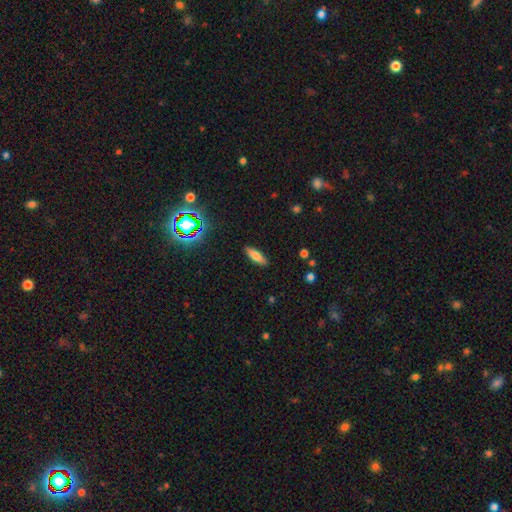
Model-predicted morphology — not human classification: Smooth or featured?
  - smooth: 75% *
  - featured or disk: 15%
  - star or artifact: 10%
How rounded?
  - in between: 58% *
  - cigar-shaped: 39%
  - round: 3%
Merging?
  - none: 88% *
  - minor disturbance: 9%
  - major disturbance: 2%
  - merger: 1%